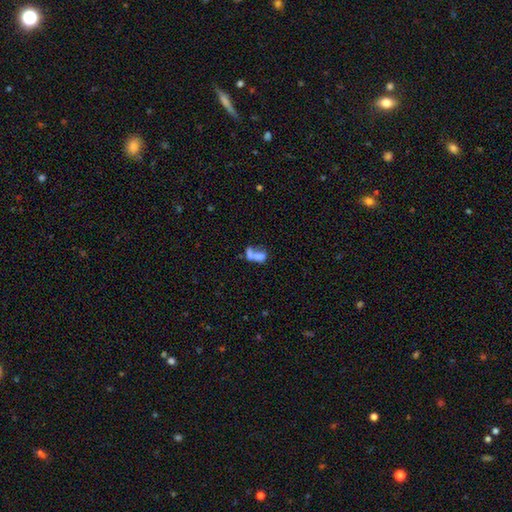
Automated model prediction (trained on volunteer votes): smooth_or_featured: smooth (p=0.62) [alt: featured or disk p=0.26]
how_rounded: in between (p=0.76) [alt: round p=0.18]
merging: merger (p=0.62) [alt: none p=0.18]